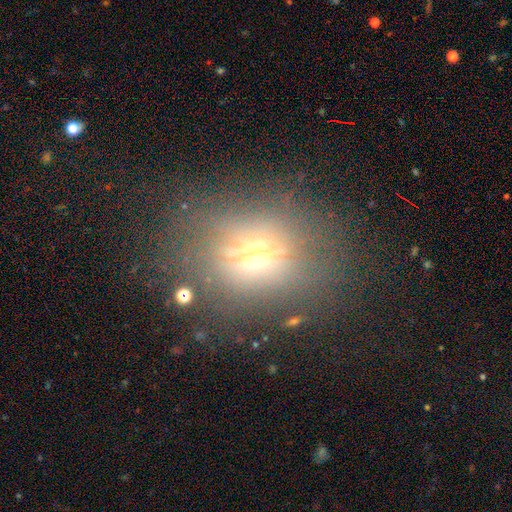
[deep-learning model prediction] smooth_or_featured: smooth (p=0.39) [alt: featured or disk p=0.36]
merging: none (p=0.72) [alt: minor disturbance p=0.14]